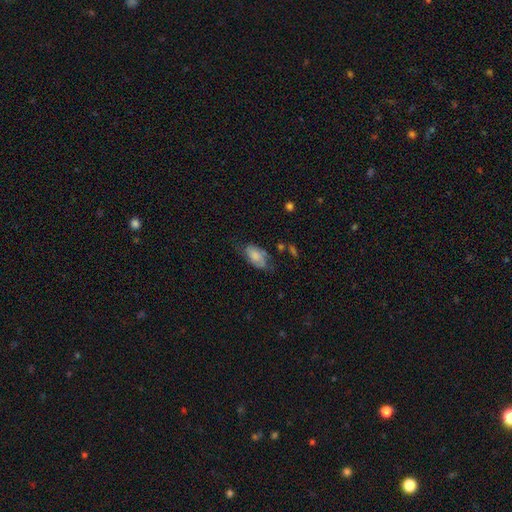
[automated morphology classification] smooth_or_featured: smooth (p=0.69) [alt: featured or disk p=0.24]
how_rounded: in between (p=0.92) [alt: round p=0.04]
merging: none (p=0.45) [alt: minor disturbance p=0.34]